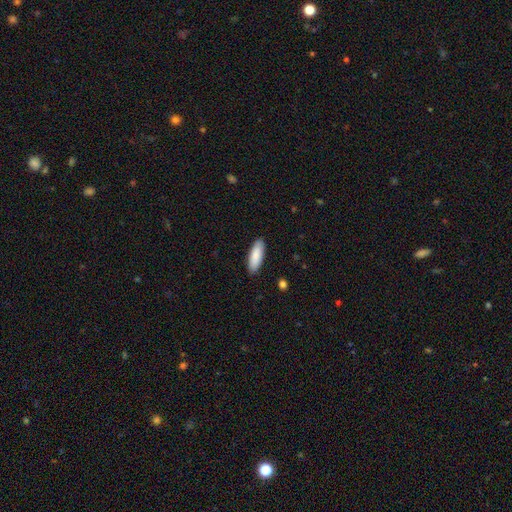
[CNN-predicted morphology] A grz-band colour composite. It shows a smooth galaxy with no disk features (87%) that is in between round and cigar-shaped (64%). Merging: none (89%).